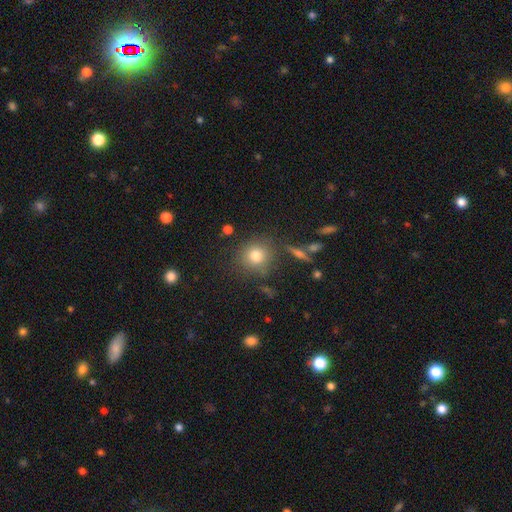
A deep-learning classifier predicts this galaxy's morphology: Smooth or featured? Predicted: smooth (p=0.76). How rounded? Predicted: round (p=0.89). Merging? Predicted: none (p=0.81).